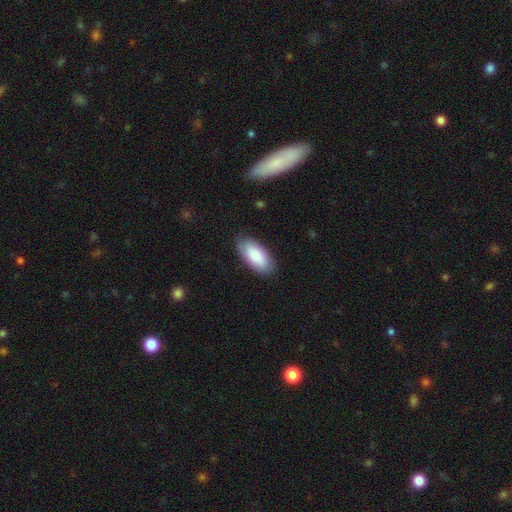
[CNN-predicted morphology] type=smooth (84%); roundness=in between (91%); merging=none (84%).